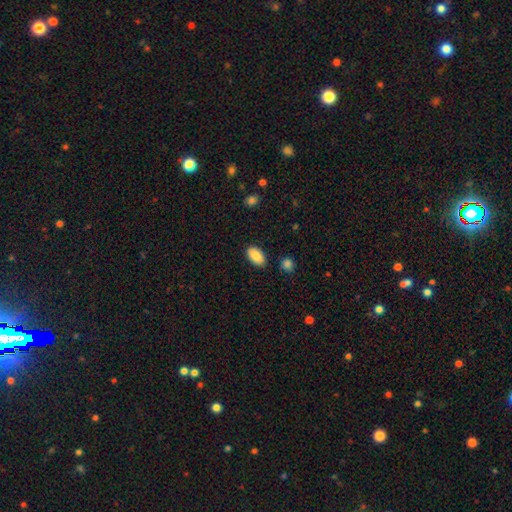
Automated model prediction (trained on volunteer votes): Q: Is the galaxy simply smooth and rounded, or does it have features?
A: smooth — 87%.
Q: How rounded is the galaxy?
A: in between — 94%.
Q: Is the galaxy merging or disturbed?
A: none — 86%.